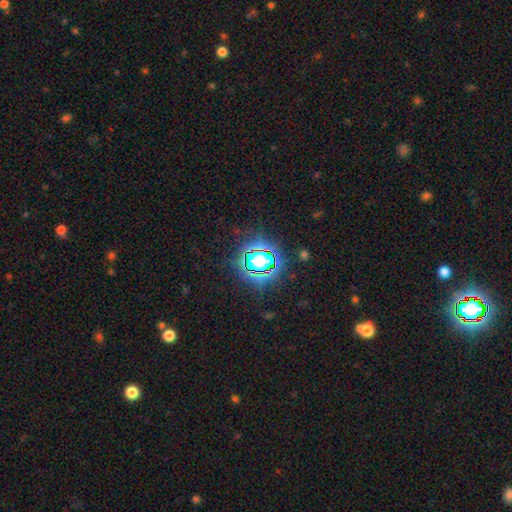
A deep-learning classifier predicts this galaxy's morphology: Q: Smooth or featured?
A: star or artifact (78%); runner-up: smooth (13%)